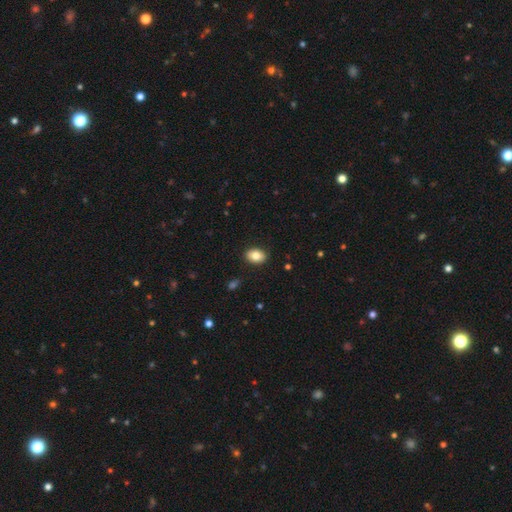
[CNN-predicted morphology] Smooth or featured? smooth (82%)
How rounded? in between (77%)
Merging? none (88%)